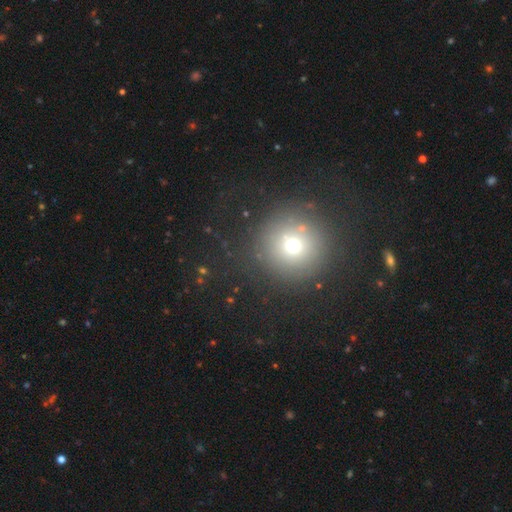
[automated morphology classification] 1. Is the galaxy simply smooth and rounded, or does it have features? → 61% smooth, 24% star or artifact, 15% featured or disk.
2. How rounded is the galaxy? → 95% round, 4% in between, 1% cigar-shaped.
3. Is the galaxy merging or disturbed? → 78% none, 10% minor disturbance, 10% major disturbance, 2% merger.